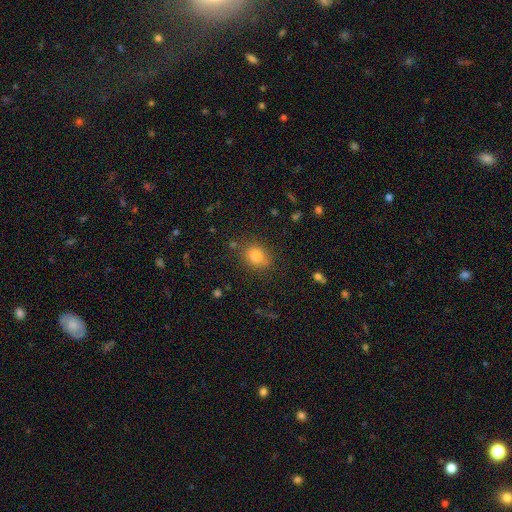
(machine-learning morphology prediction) This is clearly a smooth galaxy (80%). How rounded: possibly round (51%). Merging: likely none (79%).